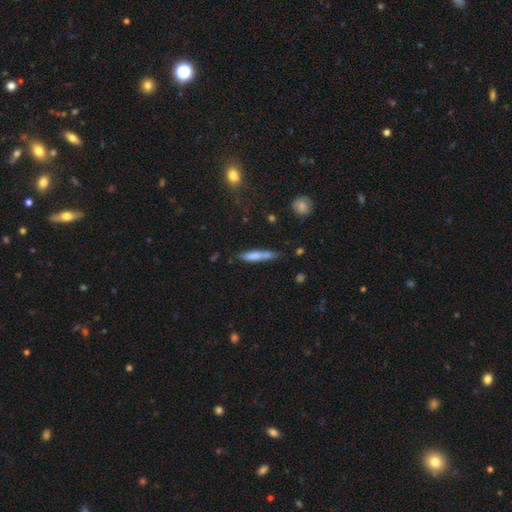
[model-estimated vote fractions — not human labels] Smooth or featured? Predicted: smooth (p=0.74). How rounded? Predicted: cigar-shaped (p=0.88). Merging? Predicted: none (p=0.67).